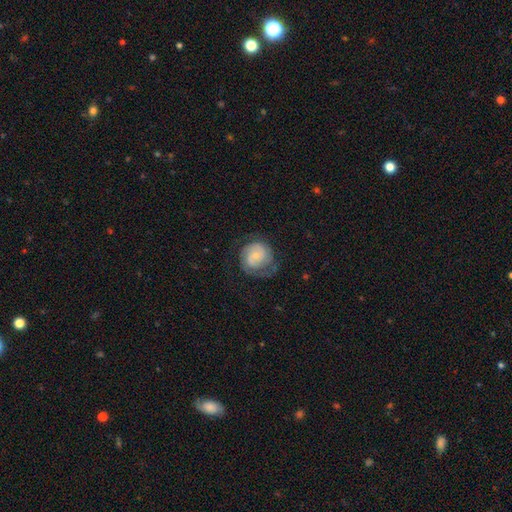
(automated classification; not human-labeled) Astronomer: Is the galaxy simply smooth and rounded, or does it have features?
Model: featured or disk — 74%.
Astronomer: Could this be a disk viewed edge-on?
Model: no — 98%.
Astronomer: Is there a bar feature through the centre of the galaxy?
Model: no — 65%.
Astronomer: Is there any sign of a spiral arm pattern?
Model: yes — 92%.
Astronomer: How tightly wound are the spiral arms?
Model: tight — 60%.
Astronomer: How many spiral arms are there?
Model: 2 — 65%.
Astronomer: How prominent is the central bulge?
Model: small — 68%.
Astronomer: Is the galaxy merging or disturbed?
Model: none — 65%.